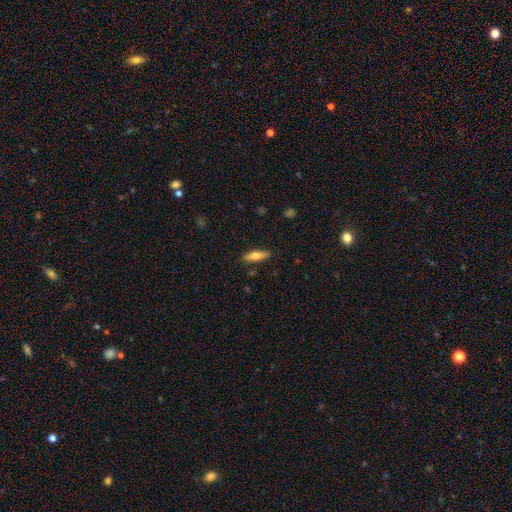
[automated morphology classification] Smooth or featured: smooth — 68% (featured or disk — 26%)
How rounded: cigar-shaped — 58% (in between — 40%)
Merging: none — 87% (minor disturbance — 10%)